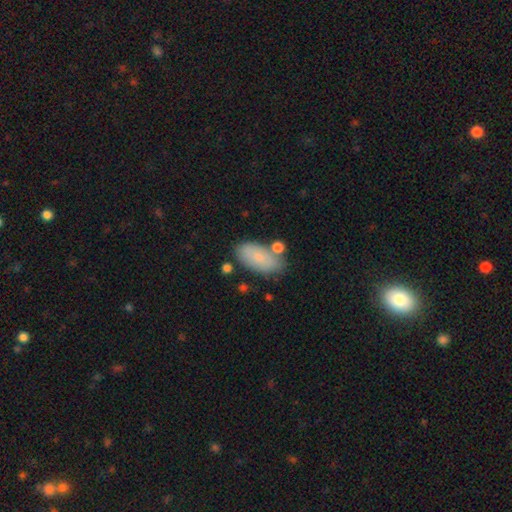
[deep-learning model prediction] This is likely a smooth galaxy (78%). How rounded: clearly in between (93%). Merging: likely none (69%).